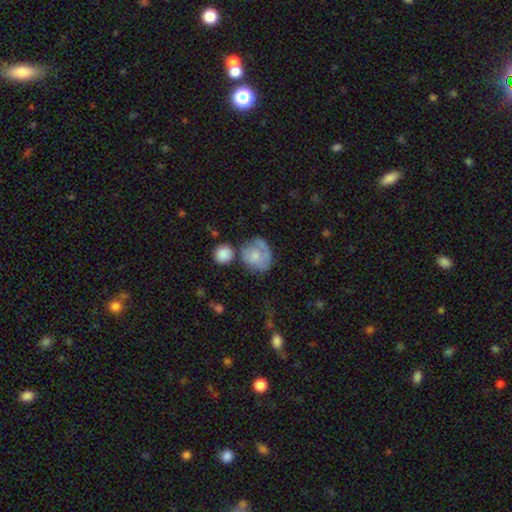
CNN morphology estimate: Q: Smooth or featured?
A: smooth (52%); runner-up: featured or disk (40%)
Q: How rounded?
A: round (62%); runner-up: in between (37%)
Q: Merging?
A: none (39%); runner-up: minor disturbance (26%)